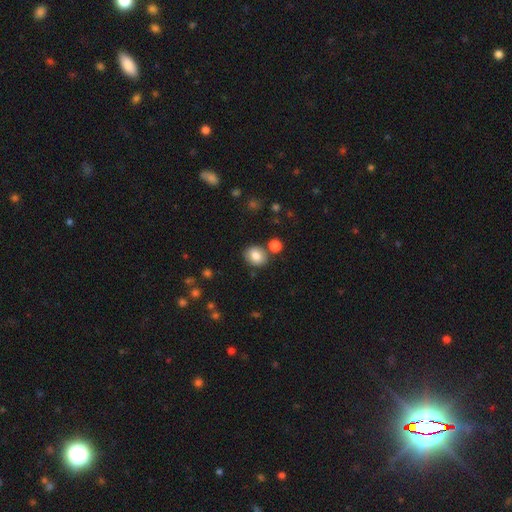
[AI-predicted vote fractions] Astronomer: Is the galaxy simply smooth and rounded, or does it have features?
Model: smooth — 81%.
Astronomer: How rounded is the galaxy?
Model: round — 62%.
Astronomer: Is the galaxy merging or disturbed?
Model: none — 78%.